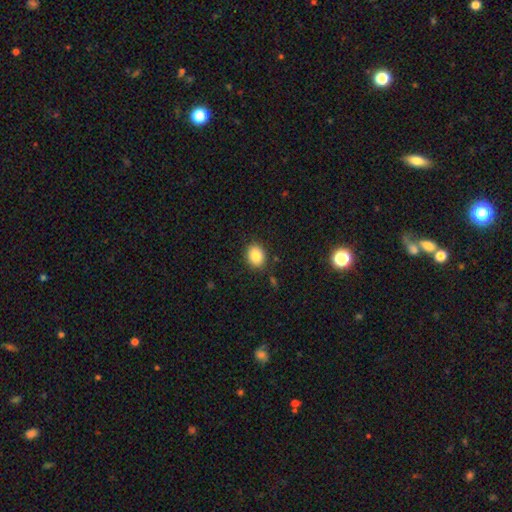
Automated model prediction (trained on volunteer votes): This is clearly a smooth galaxy (85%). How rounded: possibly round (54%). Merging: clearly none (87%).